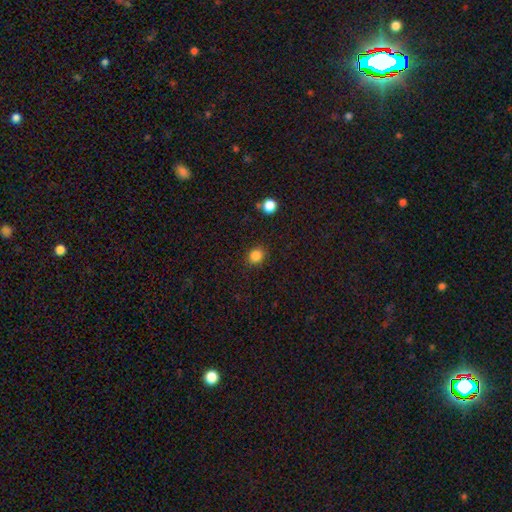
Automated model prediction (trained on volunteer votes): smooth 85%, star or artifact 12%, featured or disk 4%. Down the decision tree: how rounded — round (81%); merging — none (89%).